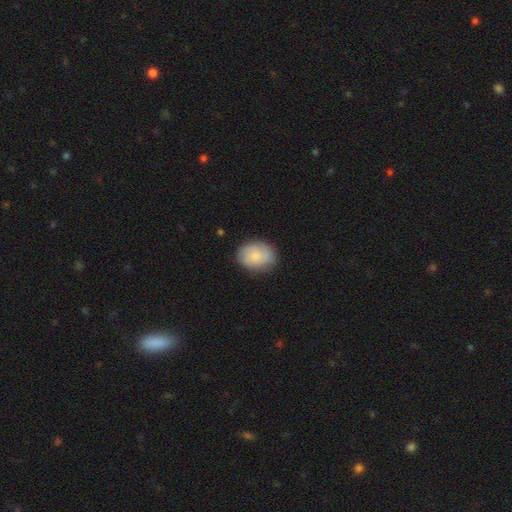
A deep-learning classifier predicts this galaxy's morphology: Smooth or featured? Predicted: smooth (p=0.66). How rounded? Predicted: in between (p=0.64). Merging? Predicted: none (p=0.81).